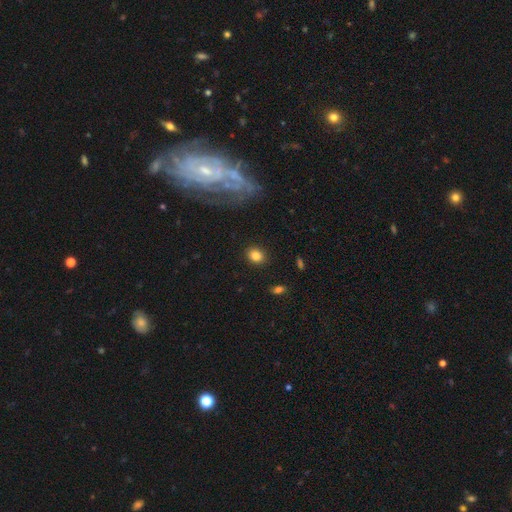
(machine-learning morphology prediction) Smooth or featured? smooth (83%)
How rounded? round (65%)
Merging? none (89%)